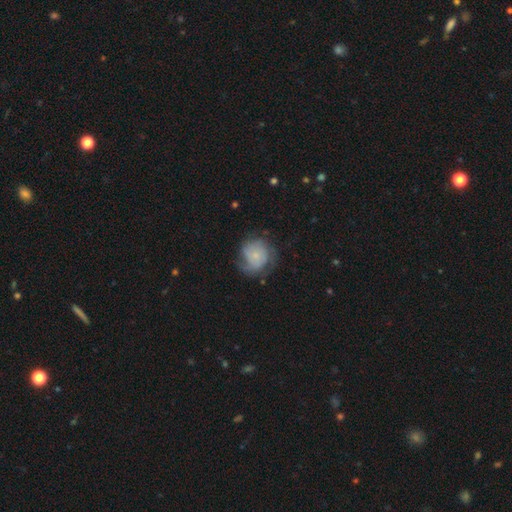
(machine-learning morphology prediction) Smooth or featured?
  - featured or disk: 51% *
  - smooth: 41%
  - star or artifact: 8%
Edge-on disk?
  - no: 98% *
  - yes: 2%
Merging?
  - none: 56% *
  - minor disturbance: 25%
  - major disturbance: 17%
  - merger: 2%